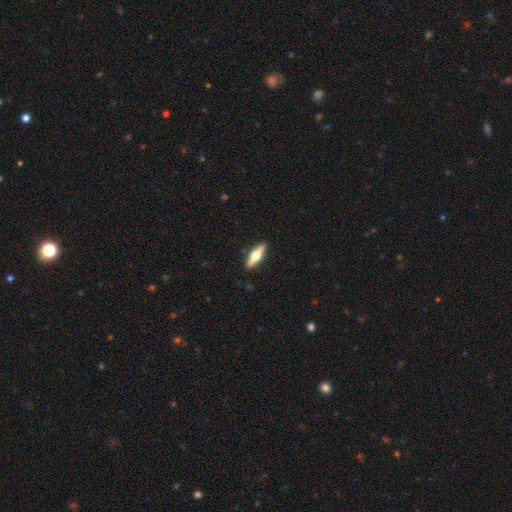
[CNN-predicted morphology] Smooth or featured? Predicted: featured or disk (p=0.49). Merging? Predicted: none (p=0.90).